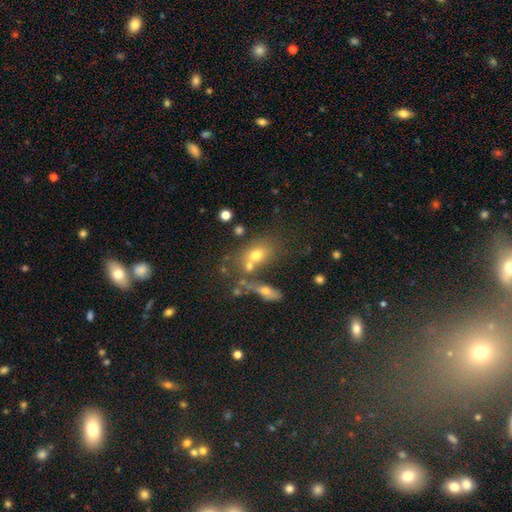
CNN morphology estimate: Q: Smooth or featured?
A: smooth (62%); runner-up: featured or disk (22%)
Q: How rounded?
A: in between (64%); runner-up: round (33%)
Q: Merging?
A: none (40%); runner-up: merger (38%)